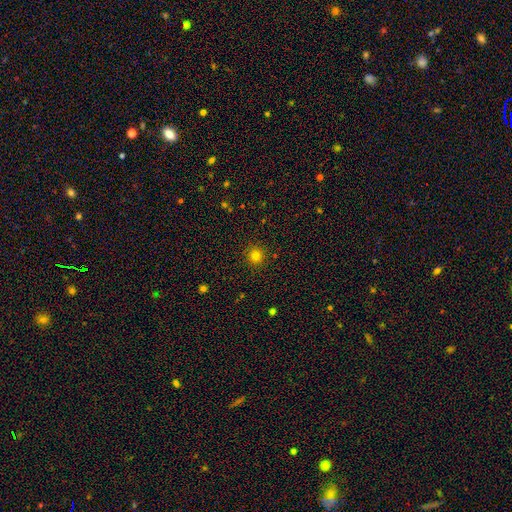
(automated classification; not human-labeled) Smooth or featured?
  - smooth: 80% *
  - star or artifact: 15%
  - featured or disk: 5%
How rounded?
  - round: 94% *
  - in between: 5%
  - cigar-shaped: 1%
Merging?
  - none: 91% *
  - minor disturbance: 5%
  - major disturbance: 2%
  - merger: 1%